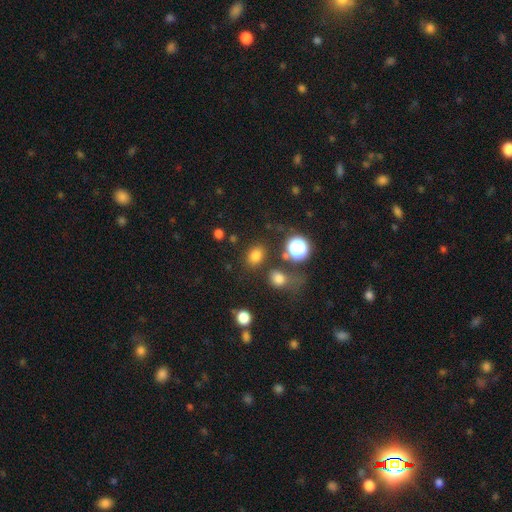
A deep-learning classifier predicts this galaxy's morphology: smooth-or-featured: smooth: 76% | star or artifact: 17% | featured or disk: 6%
  how-rounded: in between: 57% | round: 42% | cigar-shaped: 1%
  merging: none: 77% | minor disturbance: 11% | merger: 7% | major disturbance: 5%